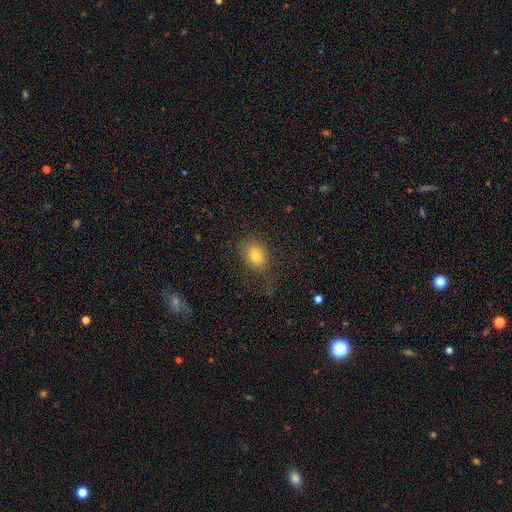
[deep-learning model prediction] Smooth or featured? Predicted: smooth (p=0.77). How rounded? Predicted: in between (p=0.76). Merging? Predicted: none (p=0.70).